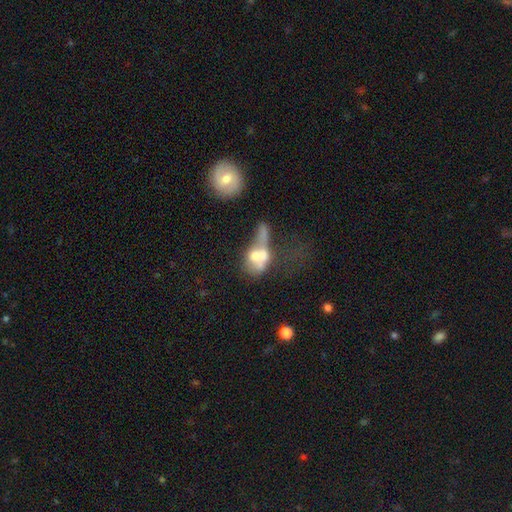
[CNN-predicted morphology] smooth-or-featured: smooth: 47% | featured or disk: 41% | star or artifact: 12%
  merging: merger: 59% | major disturbance: 23% | none: 10% | minor disturbance: 8%